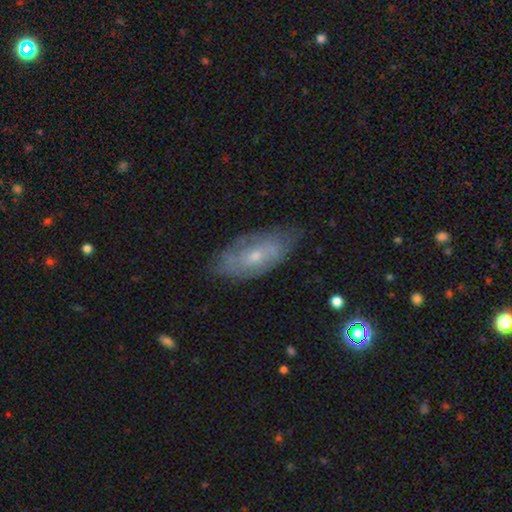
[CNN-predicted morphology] A featured or disk galaxy (58%) with no bar (70%), spiral arms (63%) and a small central bulge (62%). Merging: none (68%).